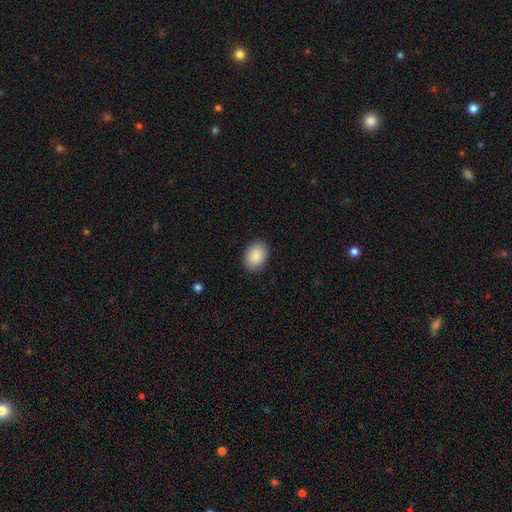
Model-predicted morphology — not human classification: smooth-or-featured: smooth: 89% | star or artifact: 7% | featured or disk: 4%
  how-rounded: in between: 73% | round: 26% | cigar-shaped: 1%
  merging: none: 89% | minor disturbance: 8% | major disturbance: 2% | merger: 1%